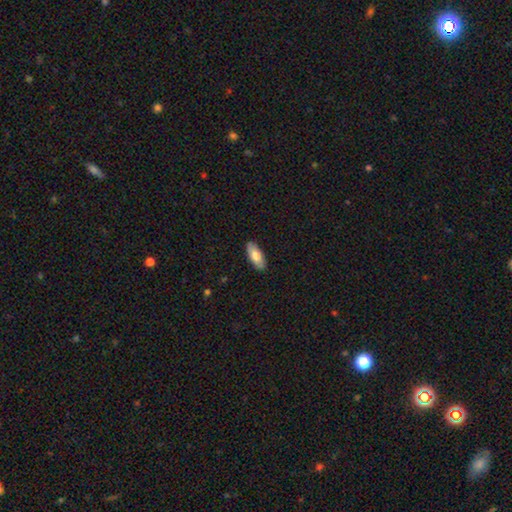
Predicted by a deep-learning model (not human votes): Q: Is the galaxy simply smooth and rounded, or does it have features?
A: smooth — 74%.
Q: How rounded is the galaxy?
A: in between — 81%.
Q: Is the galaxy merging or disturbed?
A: none — 88%.